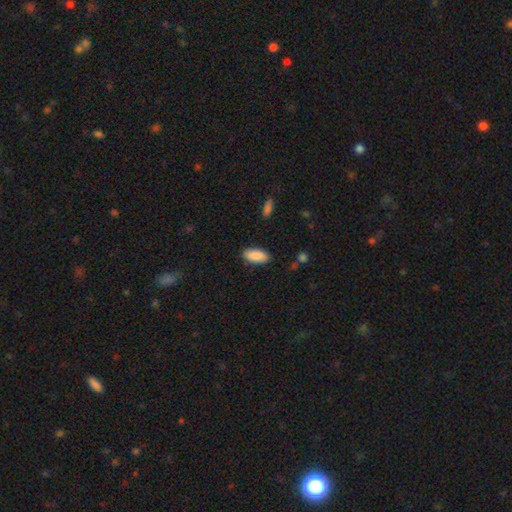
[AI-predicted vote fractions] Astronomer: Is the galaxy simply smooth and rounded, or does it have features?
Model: smooth — 88%.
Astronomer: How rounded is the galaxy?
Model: in between — 90%.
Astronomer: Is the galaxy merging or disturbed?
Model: none — 86%.